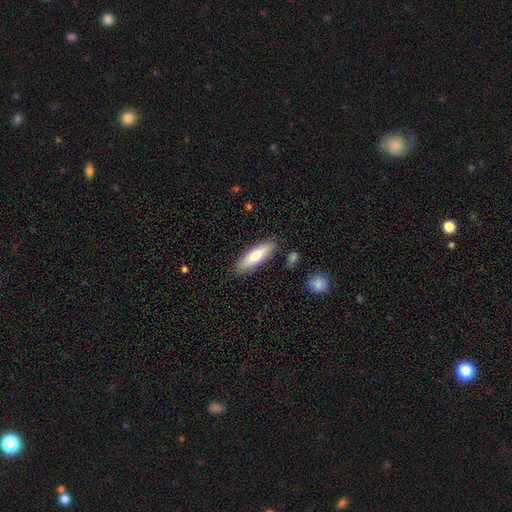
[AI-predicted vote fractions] A smooth galaxy with no disk features (71%) that is cigar-shaped (53%).

Vote fractions:
- Smooth or featured? smooth: 71% / featured or disk: 23% / star or artifact: 6%
- How rounded? cigar-shaped: 53% / in between: 45% / round: 2%
- Merging? none: 86% / minor disturbance: 10% / major disturbance: 2% / merger: 2%